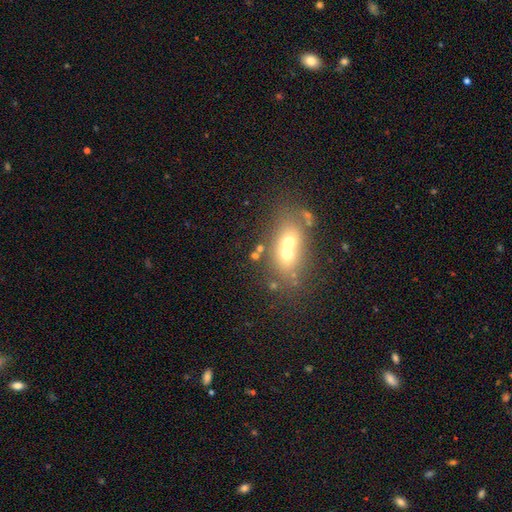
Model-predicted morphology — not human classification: Smooth or featured?
  - smooth: 55% *
  - featured or disk: 30%
  - star or artifact: 15%
How rounded?
  - in between: 55% *
  - round: 42%
  - cigar-shaped: 3%
Merging?
  - merger: 63% *
  - none: 25%
  - minor disturbance: 7%
  - major disturbance: 5%